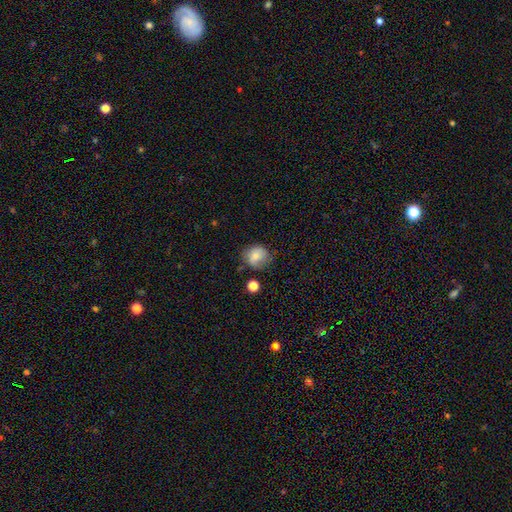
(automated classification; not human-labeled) A smooth galaxy with no disk features (77%) that is round (77%).

Vote fractions:
- Smooth or featured? smooth: 77% / featured or disk: 13% / star or artifact: 10%
- How rounded? round: 77% / in between: 22% / cigar-shaped: 1%
- Merging? none: 65% / minor disturbance: 24% / major disturbance: 7% / merger: 4%